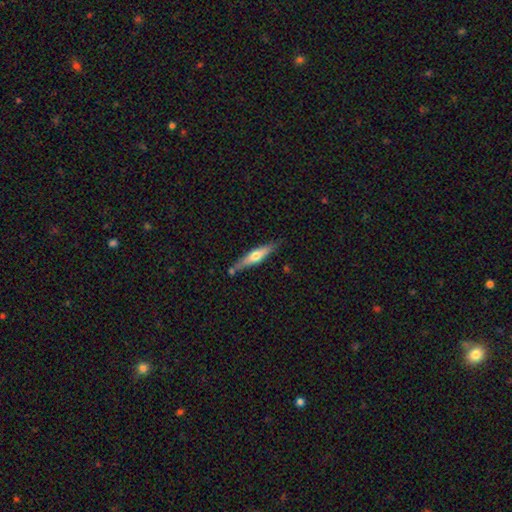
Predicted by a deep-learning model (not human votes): Smooth or featured: smooth — 48% (featured or disk — 47%)
Merging: none — 74% (minor disturbance — 16%)